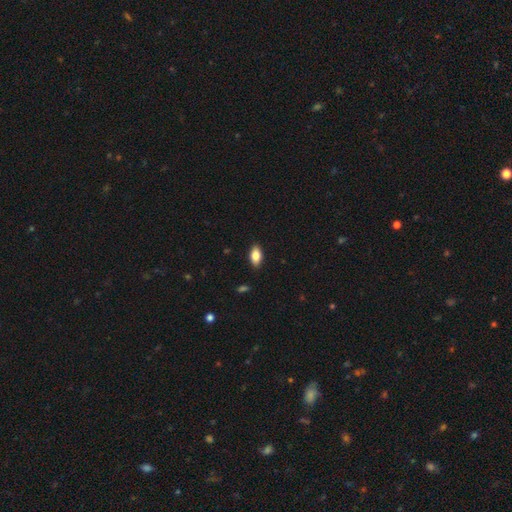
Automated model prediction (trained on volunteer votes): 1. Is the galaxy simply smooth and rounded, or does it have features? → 83% smooth, 10% featured or disk, 7% star or artifact.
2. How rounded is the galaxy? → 91% in between, 5% cigar-shaped, 4% round.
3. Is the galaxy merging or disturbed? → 88% none, 9% minor disturbance, 2% major disturbance, 1% merger.